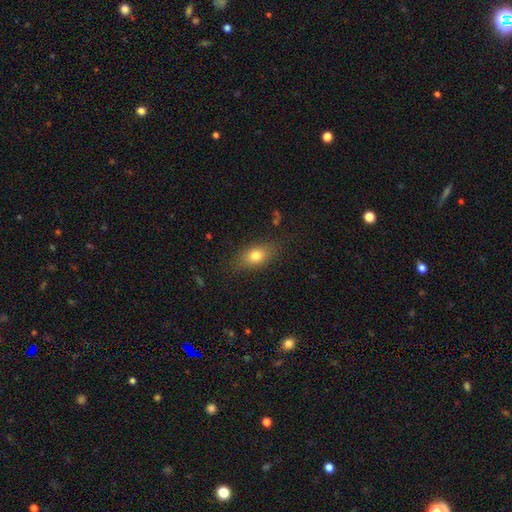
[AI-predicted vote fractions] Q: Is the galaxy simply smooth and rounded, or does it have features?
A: smooth — 77%.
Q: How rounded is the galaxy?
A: in between — 78%.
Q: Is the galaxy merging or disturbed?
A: none — 81%.